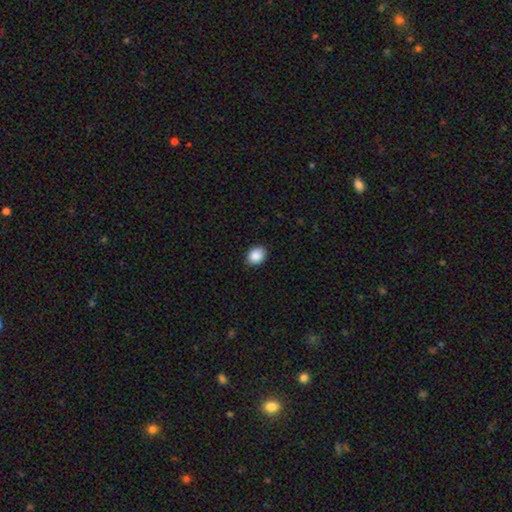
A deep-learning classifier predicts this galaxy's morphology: smooth_or_featured: smooth (p=0.89) [alt: star or artifact p=0.08]
how_rounded: round (p=0.50) [alt: in between p=0.49]
merging: none (p=0.89) [alt: minor disturbance p=0.08]